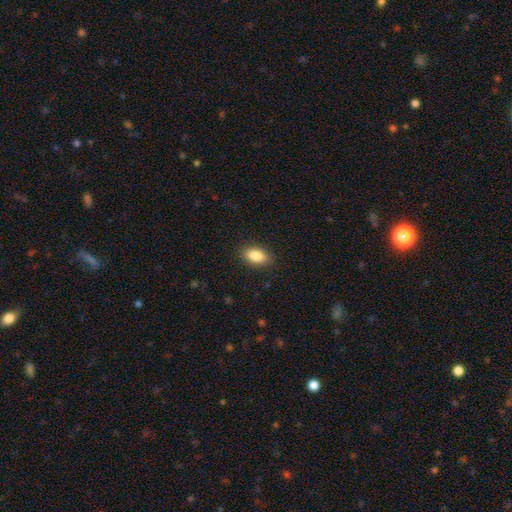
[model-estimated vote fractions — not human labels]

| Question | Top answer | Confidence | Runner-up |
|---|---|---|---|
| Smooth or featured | smooth | 86% | star or artifact (7%) |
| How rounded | in between | 90% | round (6%) |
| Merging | none | 88% | minor disturbance (8%) |